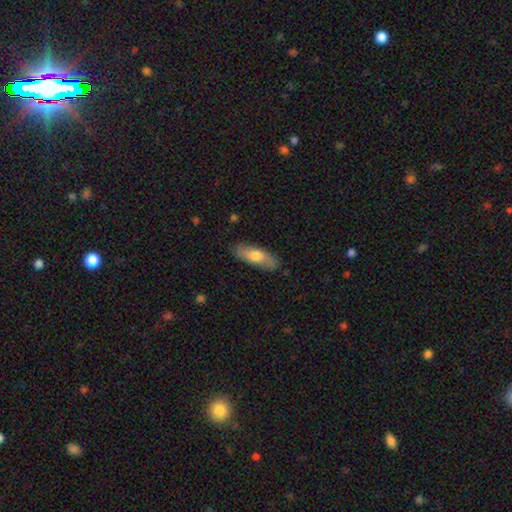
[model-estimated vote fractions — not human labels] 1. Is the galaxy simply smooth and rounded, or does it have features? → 69% smooth, 25% featured or disk, 5% star or artifact.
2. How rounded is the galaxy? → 60% in between, 37% cigar-shaped, 2% round.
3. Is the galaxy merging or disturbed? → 84% none, 12% minor disturbance, 2% major disturbance, 1% merger.